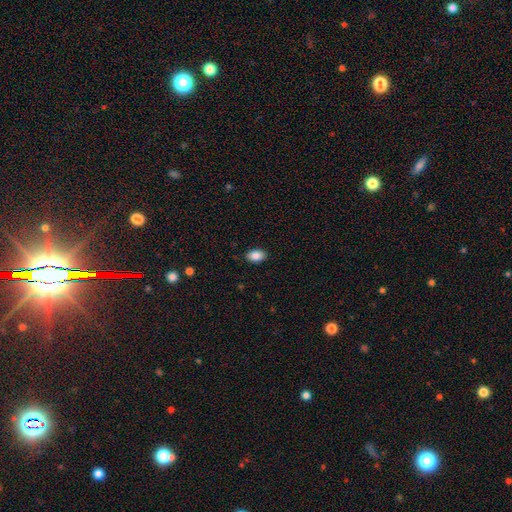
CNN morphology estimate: A smooth galaxy with no disk features (87%) that is in between round and cigar-shaped (89%). Merging: none (88%).